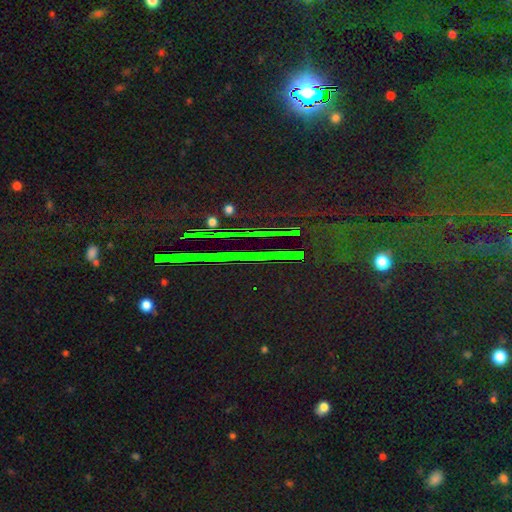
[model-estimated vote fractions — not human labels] Smooth or featured? star or artifact (84%)